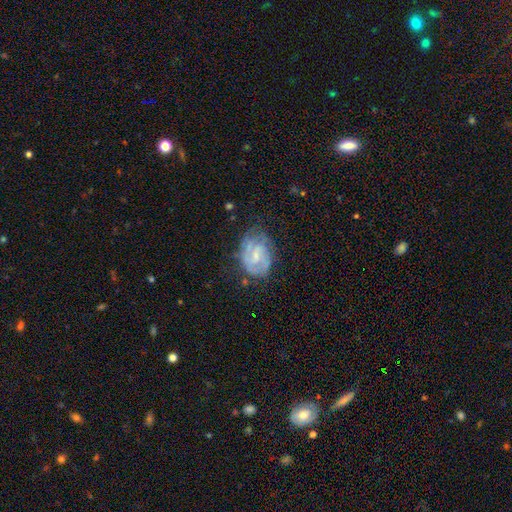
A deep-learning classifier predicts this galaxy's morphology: smooth_or_featured: featured or disk (p=0.73) [alt: smooth p=0.20]
disk_edge_on: no (p=0.97) [alt: yes p=0.03]
bar: weak (p=0.53) [alt: no p=0.35]
has_spiral_arms: yes (p=0.84) [alt: no p=0.16]
spiral_winding: tight (p=0.53) [alt: medium p=0.36]
spiral_arm_count: 2 (p=0.44) [alt: can't tell p=0.35]
bulge_size: small (p=0.52) [alt: moderate p=0.28]
merging: none (p=0.59) [alt: minor disturbance p=0.26]